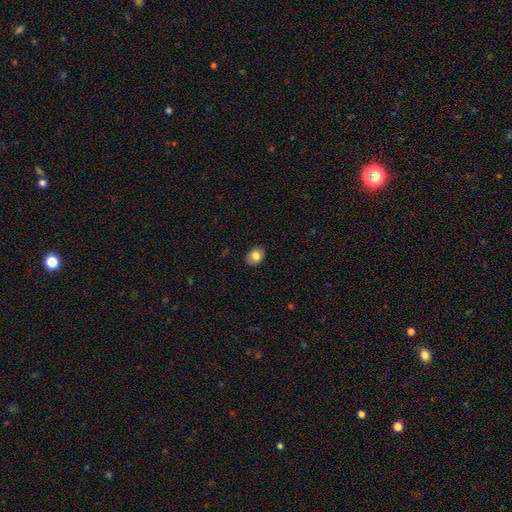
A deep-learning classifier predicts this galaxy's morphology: This appears to be a smooth galaxy with no disk features (81%) that is in between round and cigar-shaped (63%). Merging: none (87%).